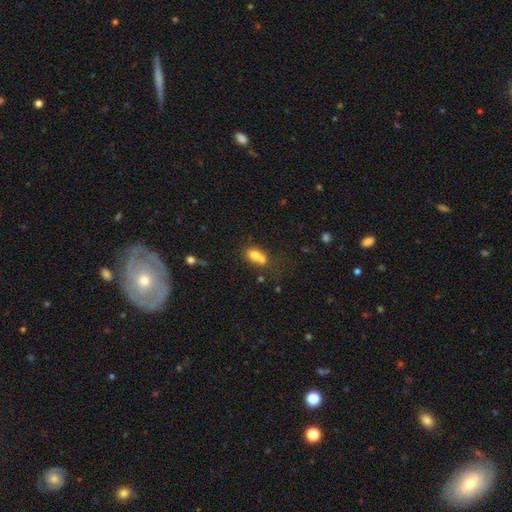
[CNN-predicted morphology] smooth 71%, featured or disk 18%, star or artifact 11%. Down the decision tree: how rounded — in between (67%); merging — merger (51%).